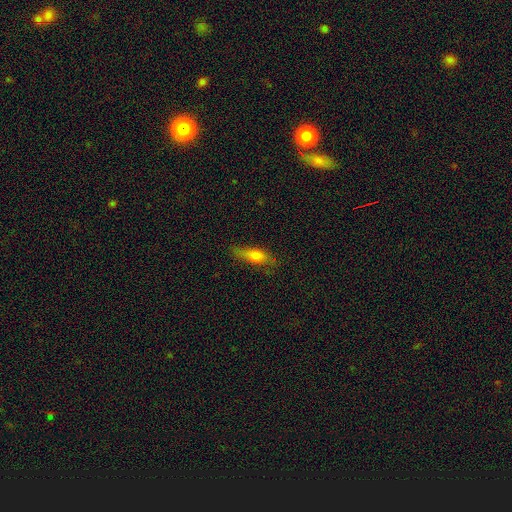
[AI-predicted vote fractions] smooth 70%, featured or disk 21%, star or artifact 9%. Down the decision tree: how rounded — in between (57%); merging — none (62%).